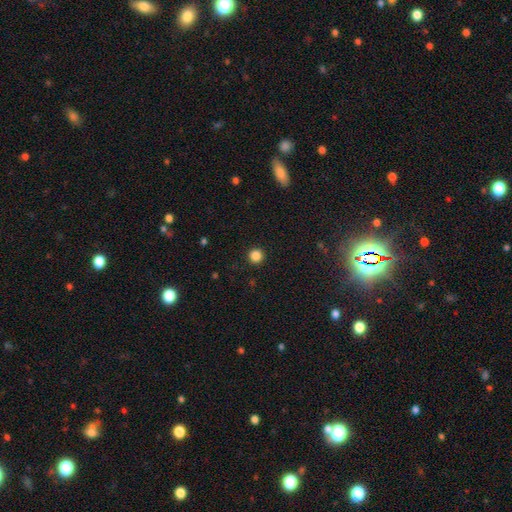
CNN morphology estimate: smooth-or-featured: smooth: 86% | star or artifact: 11% | featured or disk: 3%
  how-rounded: round: 96% | in between: 3% | cigar-shaped: 1%
  merging: none: 93% | minor disturbance: 4% | major disturbance: 2% | merger: 1%